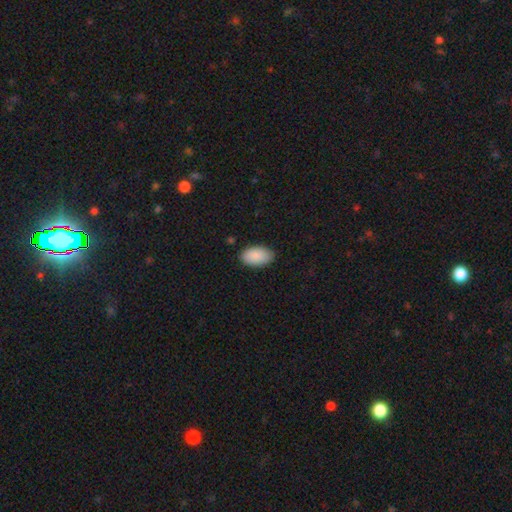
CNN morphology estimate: smooth 90%, star or artifact 6%, featured or disk 4%. Down the decision tree: how rounded — in between (95%); merging — none (86%).